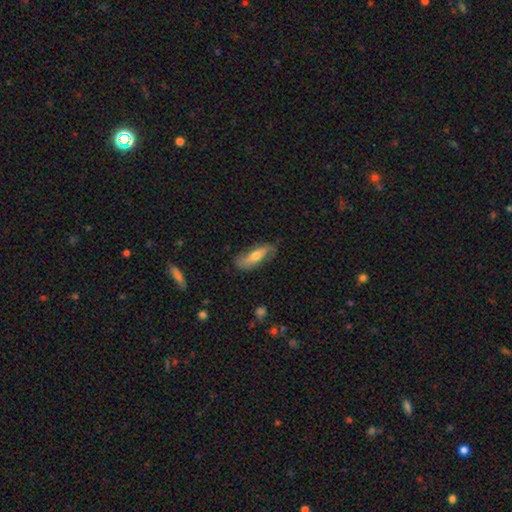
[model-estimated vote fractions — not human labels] smooth 48%, featured or disk 45%, star or artifact 7%. Down the decision tree: merging — none (74%).